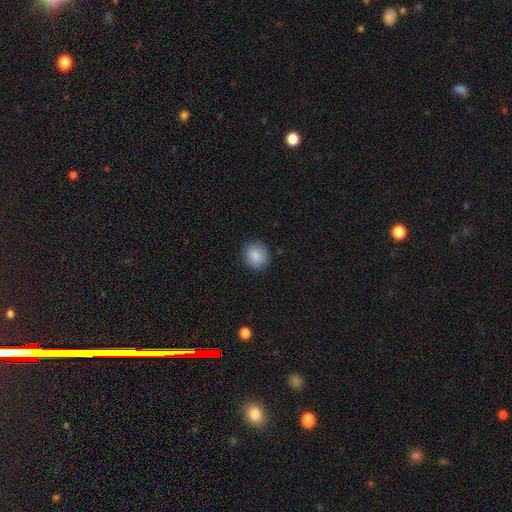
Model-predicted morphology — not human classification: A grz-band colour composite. It shows a smooth galaxy with no disk features (87%) that is round (79%). Merging: none (85%).